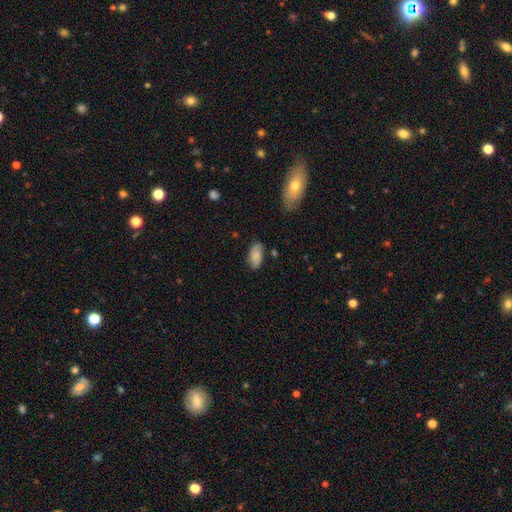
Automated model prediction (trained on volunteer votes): A smooth galaxy with no disk features (78%) that is in between round and cigar-shaped (94%). Merging: none (77%).